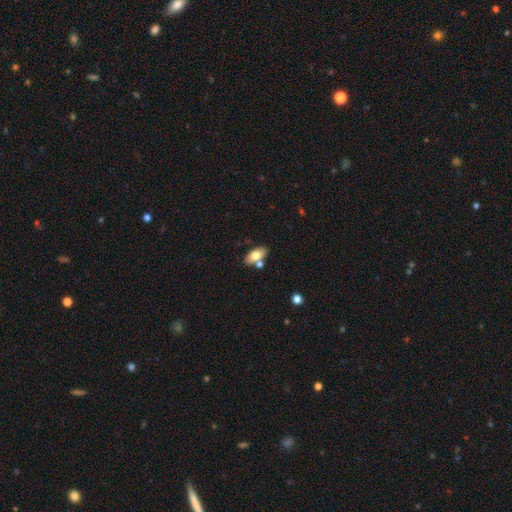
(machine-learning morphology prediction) Smooth or featured? smooth (74%)
How rounded? in between (91%)
Merging? none (70%)